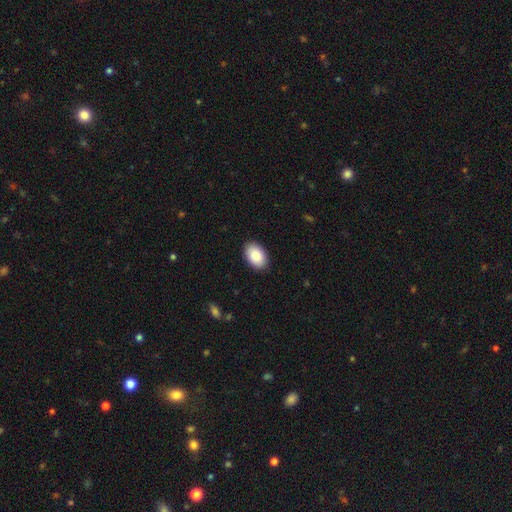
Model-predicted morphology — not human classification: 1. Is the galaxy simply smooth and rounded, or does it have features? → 89% smooth, 6% star or artifact, 5% featured or disk.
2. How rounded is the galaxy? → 92% in between, 7% round, 1% cigar-shaped.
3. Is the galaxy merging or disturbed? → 89% none, 8% minor disturbance, 2% major disturbance, 1% merger.